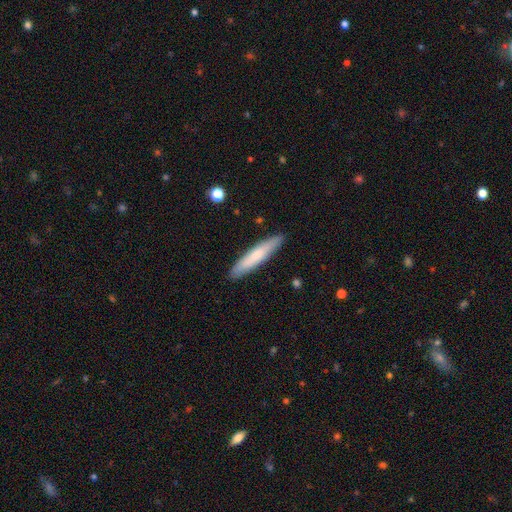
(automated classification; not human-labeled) A smooth galaxy with no disk features (65%) that is cigar-shaped (89%).

Vote fractions:
- Smooth or featured? smooth: 65% / featured or disk: 30% / star or artifact: 6%
- How rounded? cigar-shaped: 89% / in between: 10% / round: 1%
- Merging? none: 90% / minor disturbance: 8% / major disturbance: 1% / merger: 1%